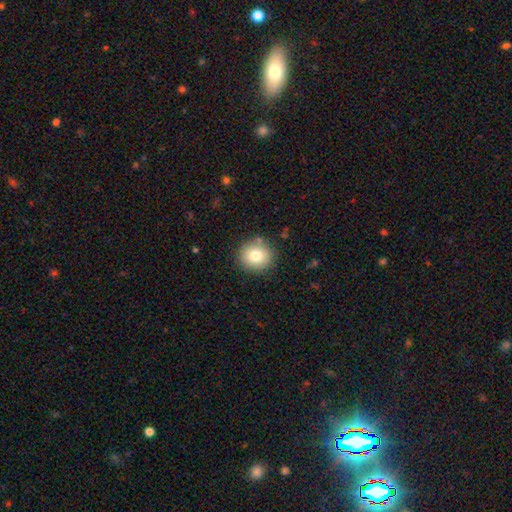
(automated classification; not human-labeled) Smooth or featured?
  - smooth: 79% *
  - star or artifact: 10%
  - featured or disk: 10%
How rounded?
  - round: 88% *
  - in between: 12%
  - cigar-shaped: 1%
Merging?
  - none: 86% *
  - minor disturbance: 9%
  - major disturbance: 3%
  - merger: 2%